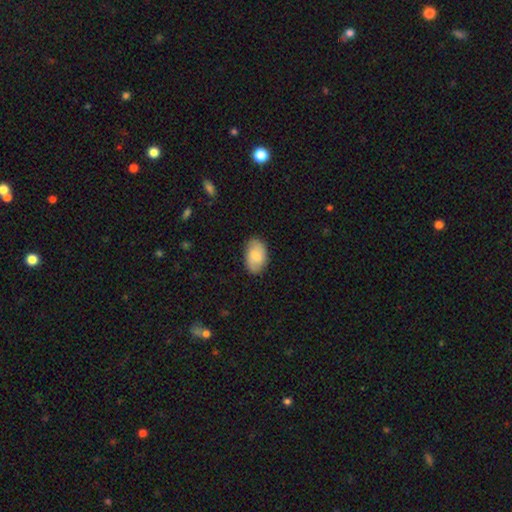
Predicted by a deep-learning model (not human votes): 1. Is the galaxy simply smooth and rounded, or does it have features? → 72% smooth, 22% featured or disk, 7% star or artifact.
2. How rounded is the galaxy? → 91% in between, 8% round, 1% cigar-shaped.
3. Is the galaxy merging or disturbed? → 82% none, 14% minor disturbance, 3% major disturbance, 1% merger.